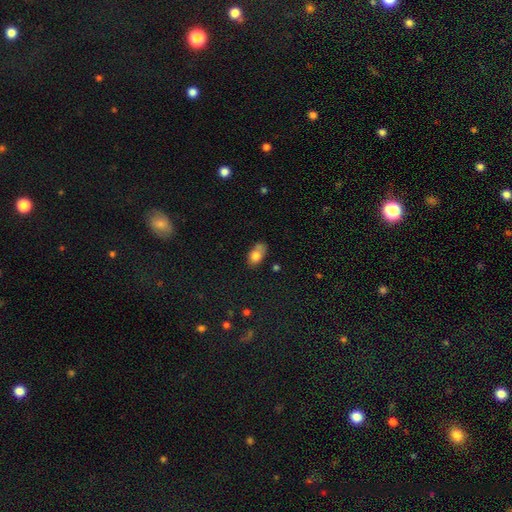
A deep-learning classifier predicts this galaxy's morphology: Overall: smooth (78%). How rounded: in between (83%). Merging: none (48%; minor disturbance 31%).